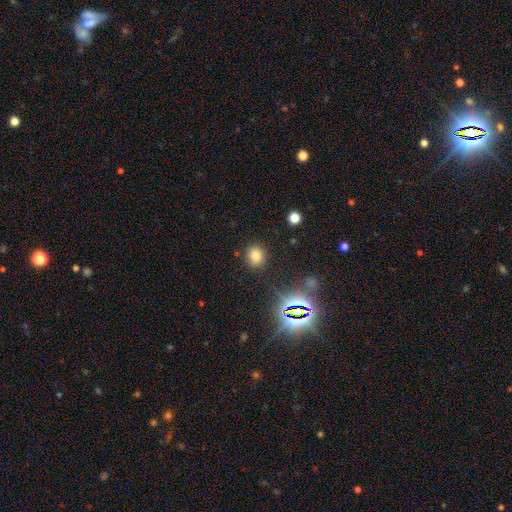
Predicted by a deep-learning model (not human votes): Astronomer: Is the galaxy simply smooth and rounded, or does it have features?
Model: smooth — 74%.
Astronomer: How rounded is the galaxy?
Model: round — 74%.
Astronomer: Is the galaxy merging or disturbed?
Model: none — 87%.